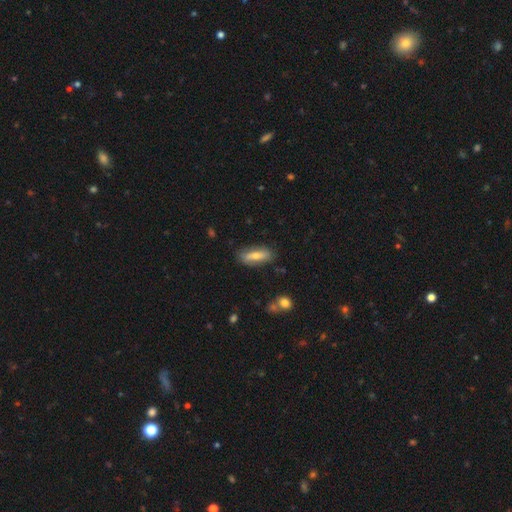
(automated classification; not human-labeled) Overall: smooth (61%; featured or disk 32%). How rounded: in between (58%; cigar-shaped 39%). Merging: none (79%).